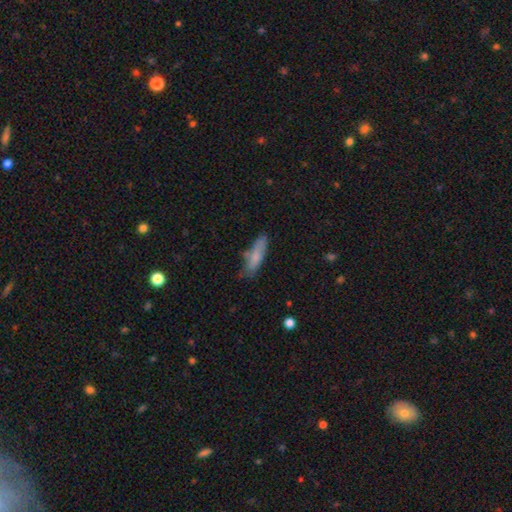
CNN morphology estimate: Smooth or featured? smooth (76%)
How rounded? cigar-shaped (59%)
Merging? none (61%)